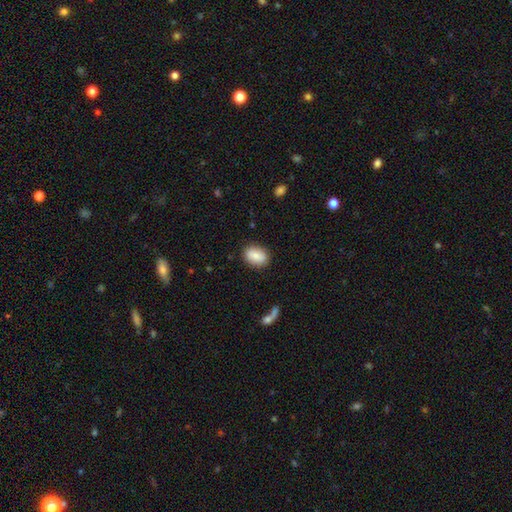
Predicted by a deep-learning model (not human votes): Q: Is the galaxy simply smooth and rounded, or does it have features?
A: smooth — 82%.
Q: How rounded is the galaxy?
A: in between — 78%.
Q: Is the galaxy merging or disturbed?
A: none — 84%.